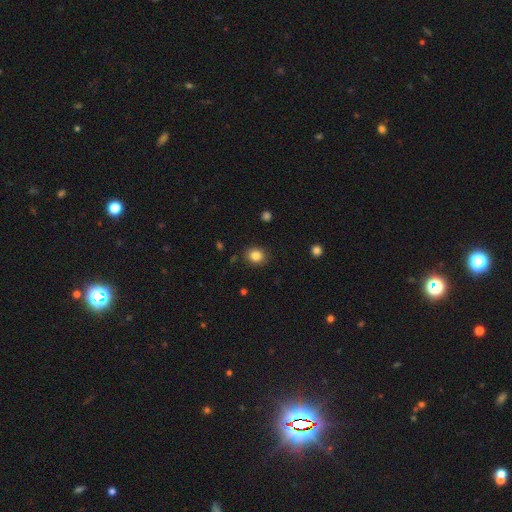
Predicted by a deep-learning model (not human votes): Smooth or featured?
  - smooth: 84% *
  - star or artifact: 10%
  - featured or disk: 5%
How rounded?
  - round: 74% *
  - in between: 25%
  - cigar-shaped: 1%
Merging?
  - none: 88% *
  - minor disturbance: 8%
  - major disturbance: 2%
  - merger: 1%